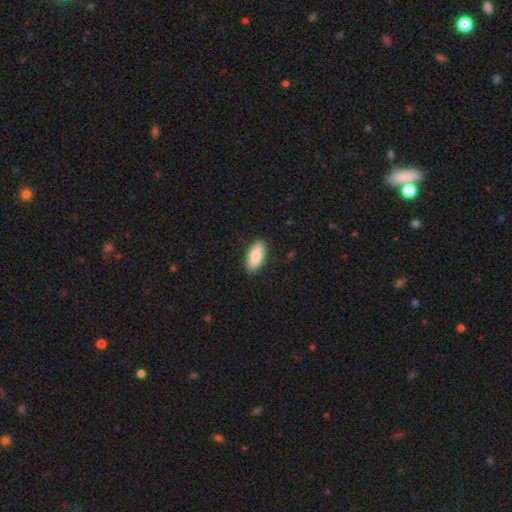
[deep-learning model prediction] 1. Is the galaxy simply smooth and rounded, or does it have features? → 87% smooth, 7% featured or disk, 6% star or artifact.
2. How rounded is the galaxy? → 92% in between, 6% cigar-shaped, 2% round.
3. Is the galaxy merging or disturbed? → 89% none, 8% minor disturbance, 2% major disturbance, 1% merger.